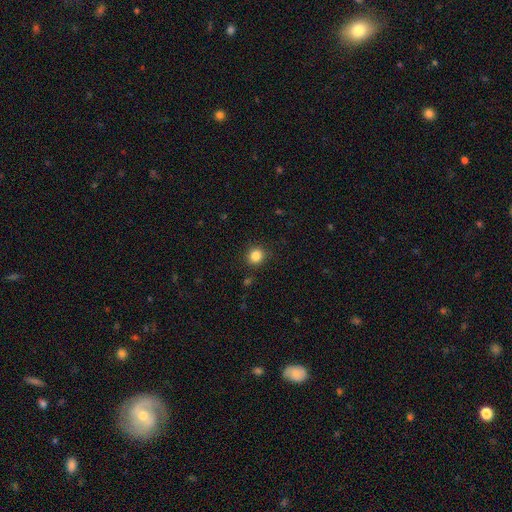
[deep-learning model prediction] smooth_or_featured: smooth (p=0.84) [alt: star or artifact p=0.12]
how_rounded: round (p=0.90) [alt: in between p=0.10]
merging: none (p=0.89) [alt: minor disturbance p=0.07]